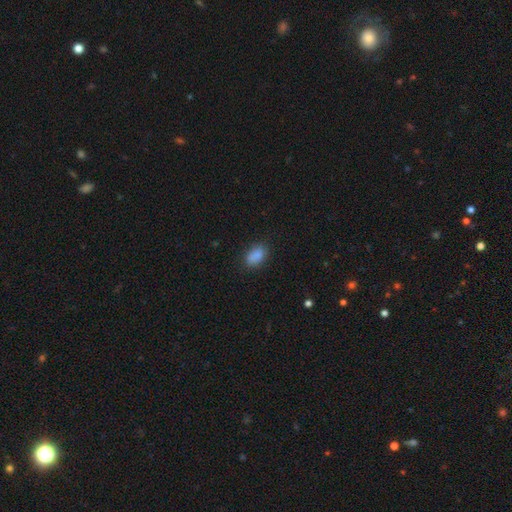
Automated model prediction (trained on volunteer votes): Overall: smooth (87%). How rounded: in between (90%). Merging: none (82%).